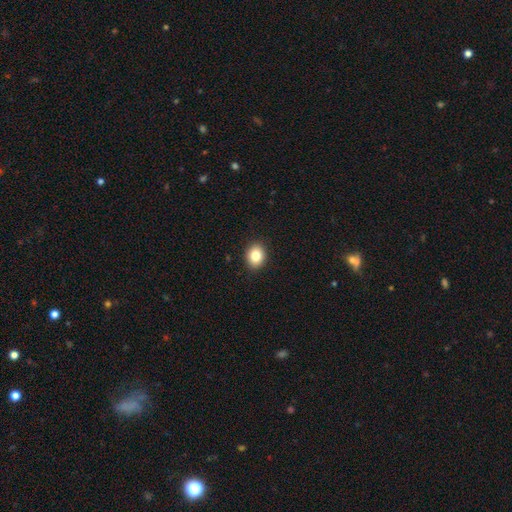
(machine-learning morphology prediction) Smooth or featured: smooth — 85% (star or artifact — 9%)
How rounded: in between — 51% (round — 48%)
Merging: none — 90% (minor disturbance — 7%)